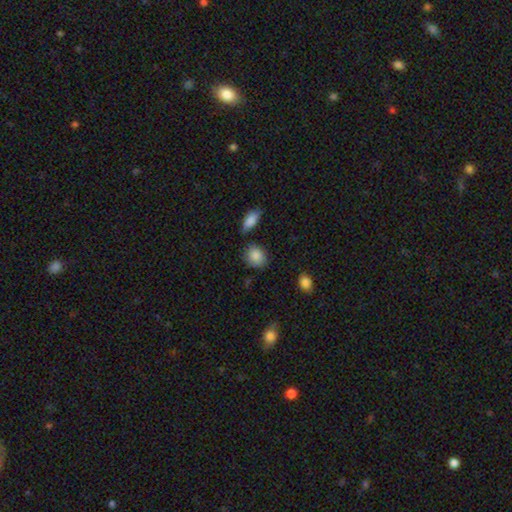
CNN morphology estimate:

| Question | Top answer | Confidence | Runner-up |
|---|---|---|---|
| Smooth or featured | smooth | 87% | star or artifact (7%) |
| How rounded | round | 60% | in between (38%) |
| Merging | none | 72% | minor disturbance (19%) |